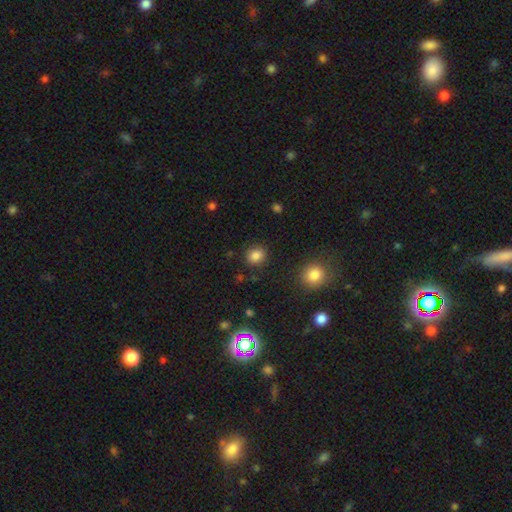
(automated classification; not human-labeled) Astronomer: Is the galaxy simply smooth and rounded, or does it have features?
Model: smooth — 85%.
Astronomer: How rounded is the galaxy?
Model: round — 65%.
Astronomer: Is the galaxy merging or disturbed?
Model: none — 87%.